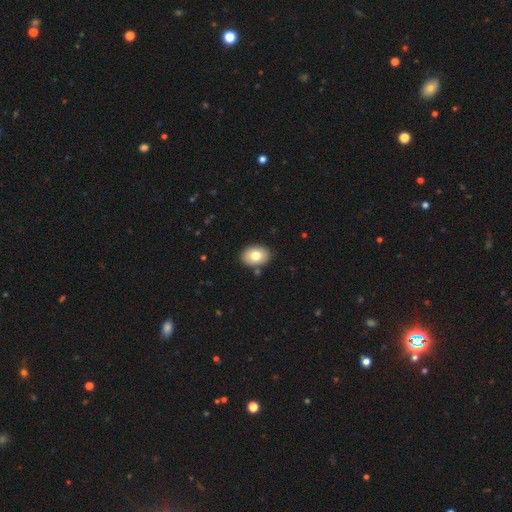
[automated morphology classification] Overall: smooth (77%). How rounded: in between (78%). Merging: none (86%).